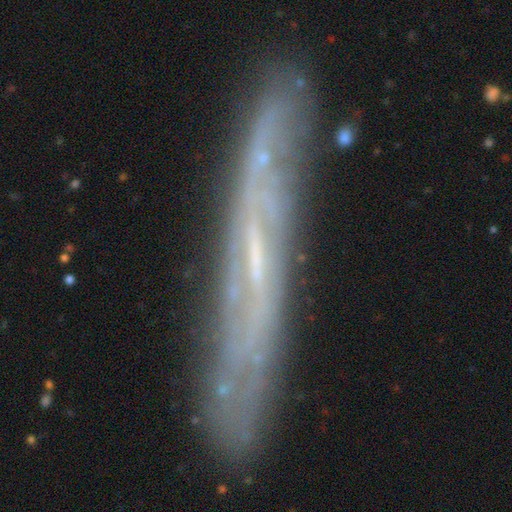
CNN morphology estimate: A featured or disk galaxy (64%) viewed edge-on (70%). Merging: none (82%).